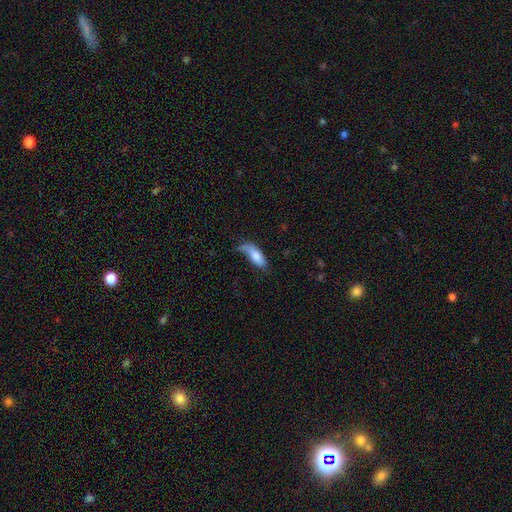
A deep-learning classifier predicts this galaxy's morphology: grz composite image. It shows a smooth galaxy with no disk features (71%) that is in between round and cigar-shaped (73%). Merging: none (38%).